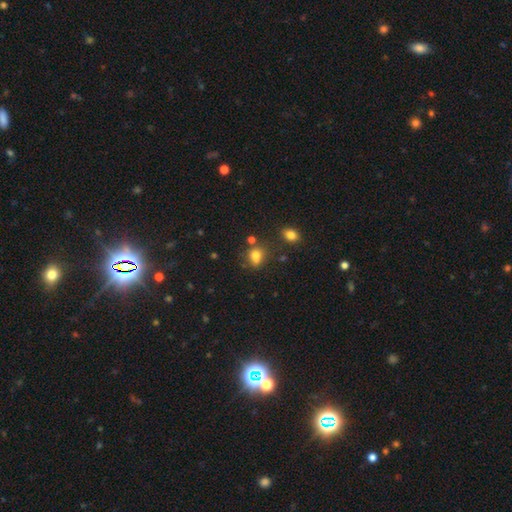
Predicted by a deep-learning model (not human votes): This appears to be a smooth galaxy with no disk features (79%) that is in between round and cigar-shaped (60%). Merging: none (62%).